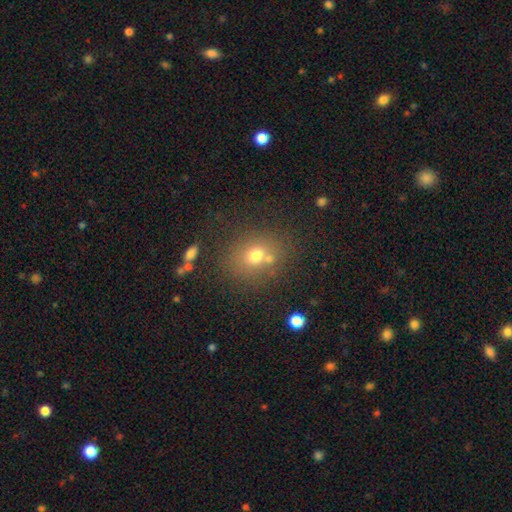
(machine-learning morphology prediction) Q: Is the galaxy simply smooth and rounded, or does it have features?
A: smooth — 69%.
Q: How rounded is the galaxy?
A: round — 70%.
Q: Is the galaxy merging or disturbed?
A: none — 66%.